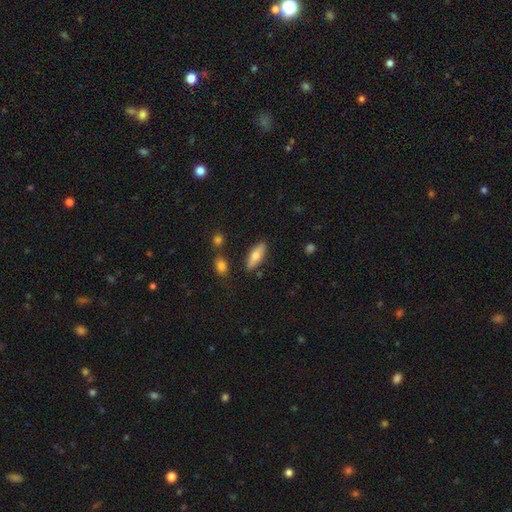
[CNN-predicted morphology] A smooth galaxy with no disk features (69%) that is in between round and cigar-shaped (57%).

Vote fractions:
- Smooth or featured? smooth: 69% / featured or disk: 24% / star or artifact: 7%
- How rounded? in between: 57% / cigar-shaped: 41% / round: 2%
- Merging? none: 82% / minor disturbance: 11% / merger: 4% / major disturbance: 3%